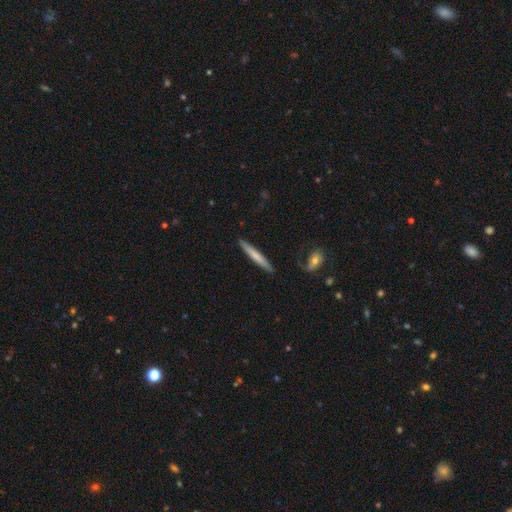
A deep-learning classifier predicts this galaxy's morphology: Smooth or featured?
  - smooth: 63% *
  - featured or disk: 32%
  - star or artifact: 5%
How rounded?
  - cigar-shaped: 96% *
  - in between: 3%
  - round: 1%
Merging?
  - none: 87% *
  - minor disturbance: 9%
  - merger: 2%
  - major disturbance: 2%